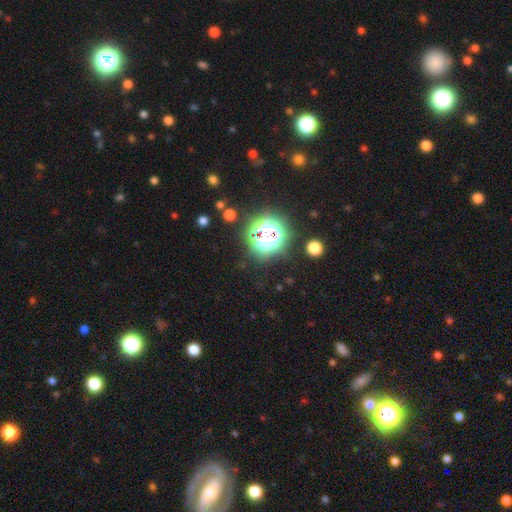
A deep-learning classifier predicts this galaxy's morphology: This is likely a star or artifact rather than a galaxy (77%).